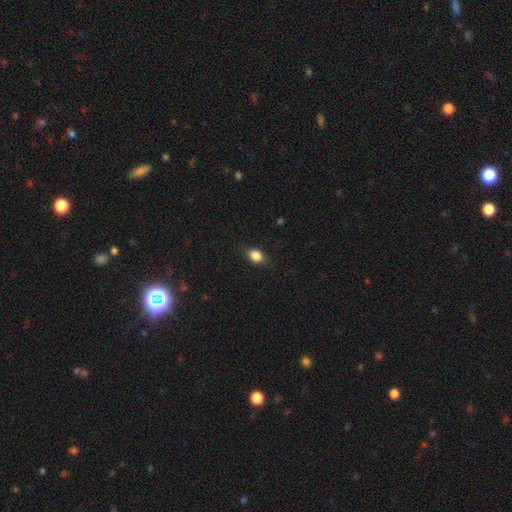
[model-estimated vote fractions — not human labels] Smooth or featured? smooth (83%)
How rounded? in between (65%)
Merging? none (83%)